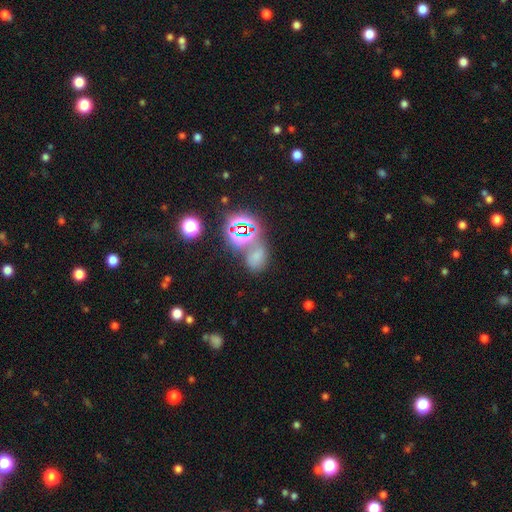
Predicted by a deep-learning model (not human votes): Smooth or featured? Predicted: smooth (p=0.45). Merging? Predicted: none (p=0.42).